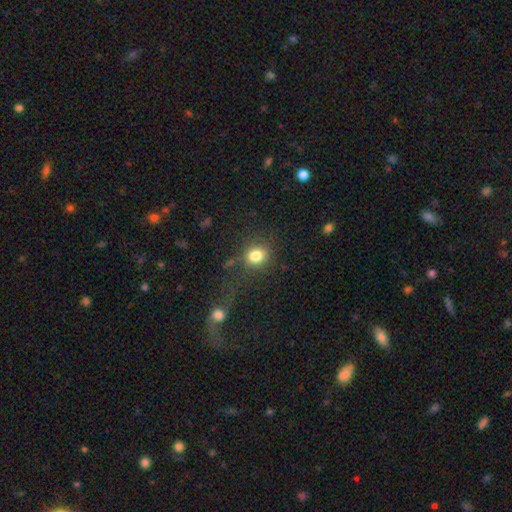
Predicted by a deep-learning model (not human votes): Smooth or featured?
  - smooth: 82% *
  - star or artifact: 11%
  - featured or disk: 7%
How rounded?
  - round: 75% *
  - in between: 24%
  - cigar-shaped: 1%
Merging?
  - none: 67% *
  - minor disturbance: 13%
  - major disturbance: 11%
  - merger: 9%